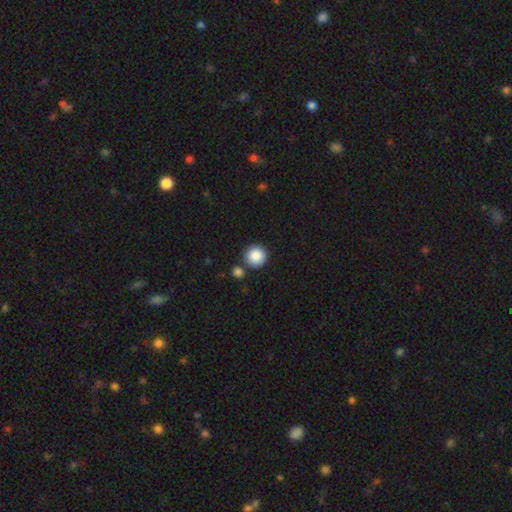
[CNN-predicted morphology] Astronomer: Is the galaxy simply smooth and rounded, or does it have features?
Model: smooth — 88%.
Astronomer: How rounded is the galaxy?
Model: round — 95%.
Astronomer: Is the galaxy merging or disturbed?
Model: none — 82%.